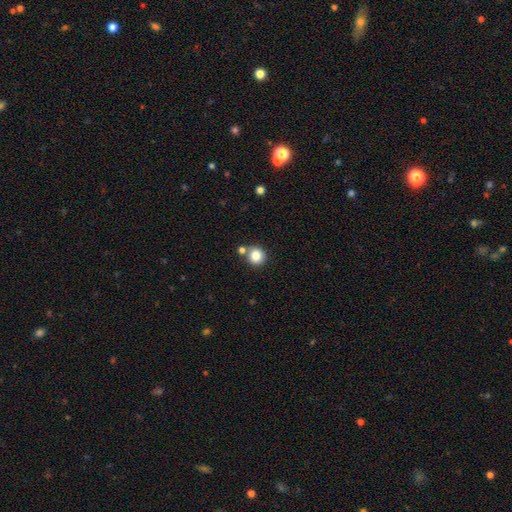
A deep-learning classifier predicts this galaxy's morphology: smooth_or_featured: smooth (p=0.83) [alt: star or artifact p=0.10]
how_rounded: round (p=0.91) [alt: in between p=0.08]
merging: none (p=0.72) [alt: merger p=0.16]